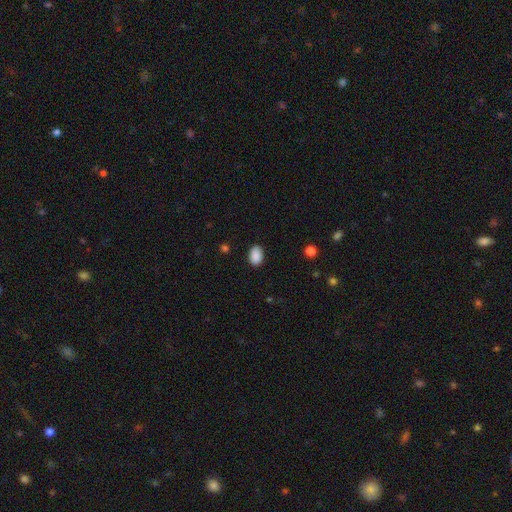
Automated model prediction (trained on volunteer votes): This appears to be a smooth galaxy with no disk features (90%) that is in between round and cigar-shaped (87%). Merging: none (87%).